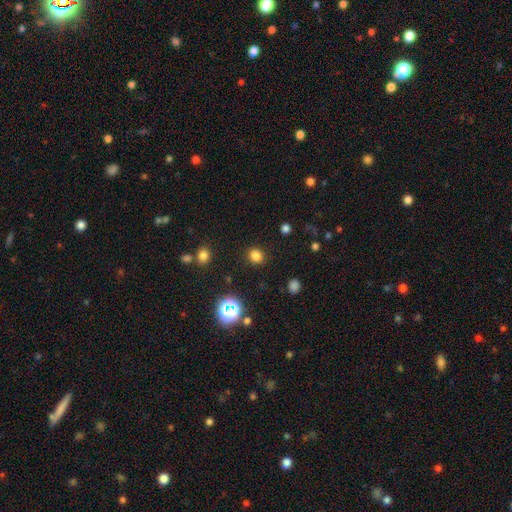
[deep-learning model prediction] Smooth or featured?
  - smooth: 79% *
  - star or artifact: 17%
  - featured or disk: 4%
How rounded?
  - round: 78% *
  - in between: 22%
  - cigar-shaped: 1%
Merging?
  - none: 89% *
  - minor disturbance: 7%
  - major disturbance: 3%
  - merger: 2%